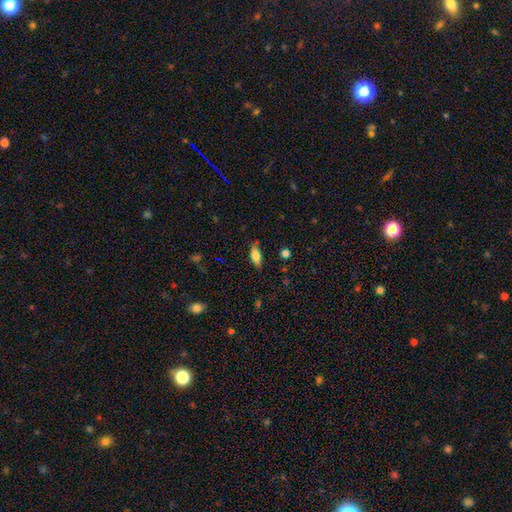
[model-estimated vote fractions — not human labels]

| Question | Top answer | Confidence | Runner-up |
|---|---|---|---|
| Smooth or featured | smooth | 73% | featured or disk (19%) |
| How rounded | in between | 77% | cigar-shaped (21%) |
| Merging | none | 77% | minor disturbance (18%) |